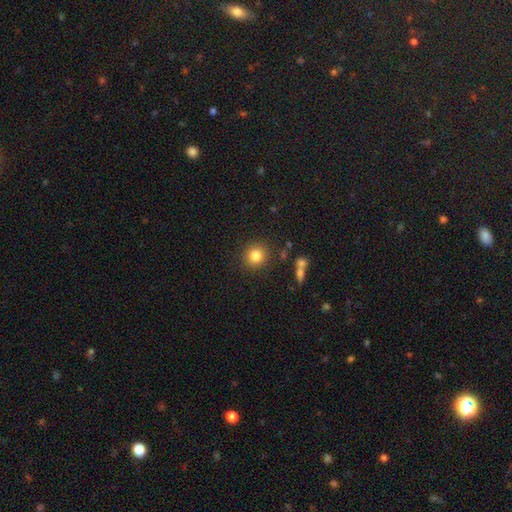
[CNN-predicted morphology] smooth_or_featured: smooth (p=0.82) [alt: star or artifact p=0.11]
how_rounded: round (p=0.90) [alt: in between p=0.09]
merging: none (p=0.88) [alt: minor disturbance p=0.07]